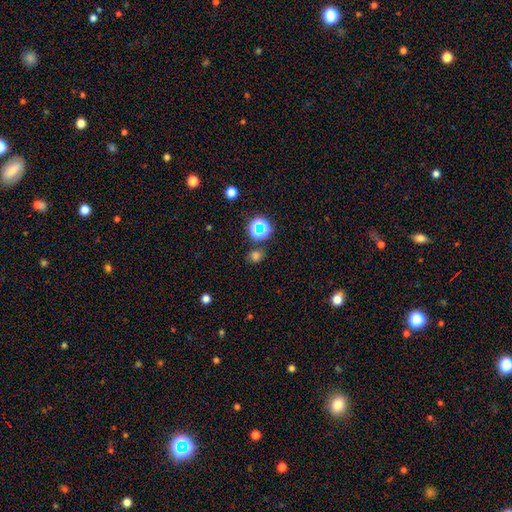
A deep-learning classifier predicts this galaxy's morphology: The model was most divided on "smooth or featured": smooth: 63%, star or artifact: 31%, featured or disk: 6%. More confident: merging — none (78%); how rounded — round (70%).